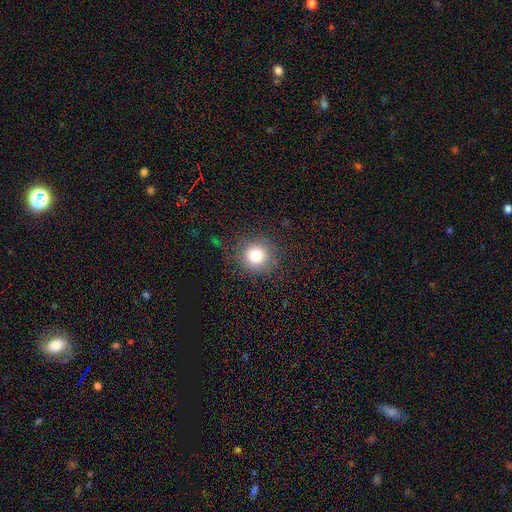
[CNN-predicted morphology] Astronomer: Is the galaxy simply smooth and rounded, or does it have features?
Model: smooth — 78%.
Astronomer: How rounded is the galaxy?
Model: round — 91%.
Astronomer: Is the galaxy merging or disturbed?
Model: none — 81%.